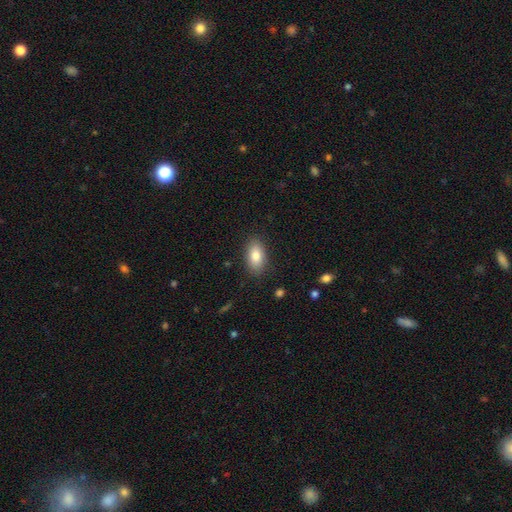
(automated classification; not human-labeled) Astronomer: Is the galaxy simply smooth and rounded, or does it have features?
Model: smooth — 83%.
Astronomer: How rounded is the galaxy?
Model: in between — 91%.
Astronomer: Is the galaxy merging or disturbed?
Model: none — 86%.